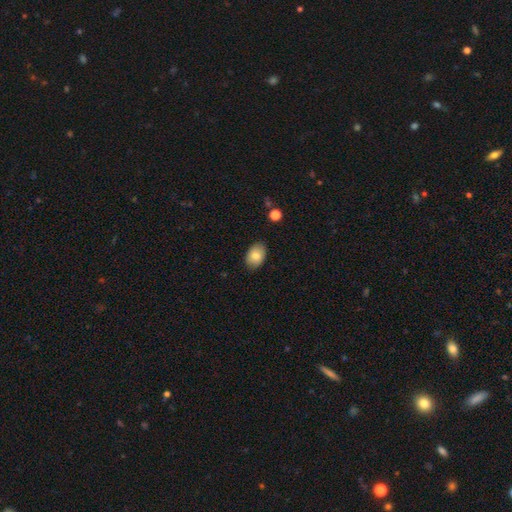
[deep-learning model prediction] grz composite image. It shows a smooth galaxy with no disk features (81%) that is in between round and cigar-shaped (86%). Merging: none (85%).